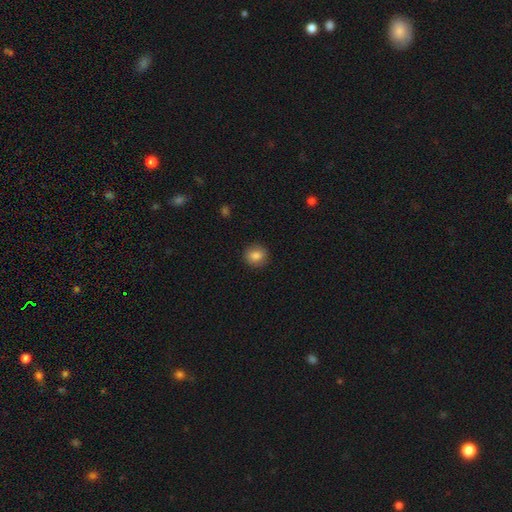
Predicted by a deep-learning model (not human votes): Q: Smooth or featured?
A: smooth (84%); runner-up: star or artifact (9%)
Q: How rounded?
A: round (84%); runner-up: in between (15%)
Q: Merging?
A: none (90%); runner-up: minor disturbance (7%)